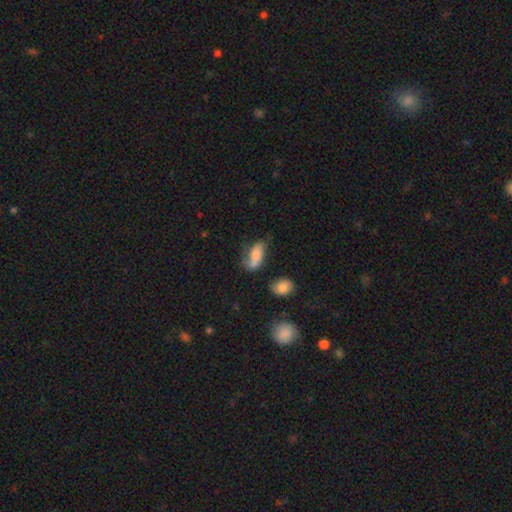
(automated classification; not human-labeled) Smooth or featured: smooth — 62% (featured or disk — 29%)
How rounded: in between — 84% (cigar-shaped — 11%)
Merging: none — 40% (minor disturbance — 29%)